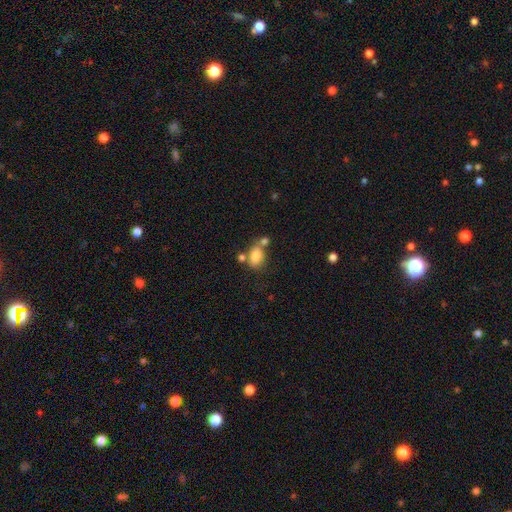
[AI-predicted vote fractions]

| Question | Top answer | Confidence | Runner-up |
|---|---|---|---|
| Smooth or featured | smooth | 82% | star or artifact (9%) |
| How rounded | in between | 85% | round (13%) |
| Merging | none | 46% | merger (31%) |